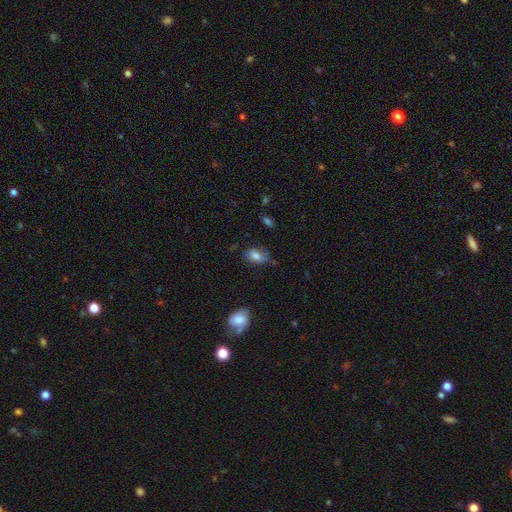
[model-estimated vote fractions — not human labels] Q: Smooth or featured?
A: smooth (73%); runner-up: featured or disk (19%)
Q: How rounded?
A: in between (88%); runner-up: round (10%)
Q: Merging?
A: none (59%); runner-up: minor disturbance (30%)